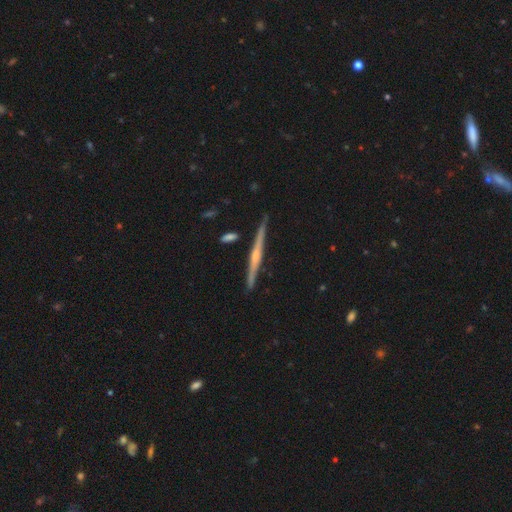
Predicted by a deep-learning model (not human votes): Morphology: type=featured or disk (81%); edge-on=yes (98%); edge-on bulge=rounded (72%); merging=none (90%).